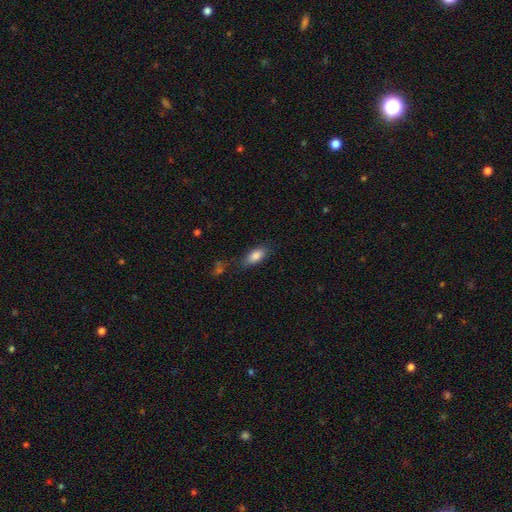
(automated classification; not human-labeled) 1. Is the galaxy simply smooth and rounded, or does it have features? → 84% smooth, 9% featured or disk, 8% star or artifact.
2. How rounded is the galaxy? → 86% in between, 10% cigar-shaped, 4% round.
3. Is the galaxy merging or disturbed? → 74% none, 18% minor disturbance, 5% major disturbance, 4% merger.